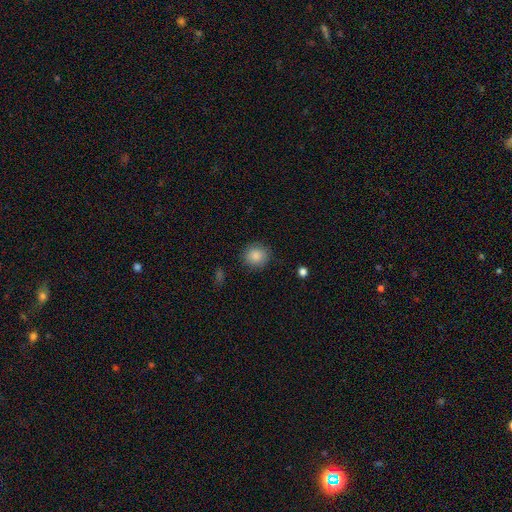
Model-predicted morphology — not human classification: type=smooth (87%); roundness=round (89%); merging=none (88%).